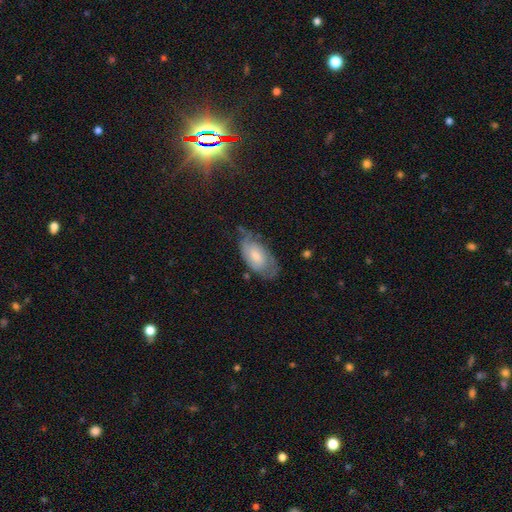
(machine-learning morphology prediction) featured or disk 47% (tied), smooth 47% (tied), star or artifact 7%. Down the decision tree: merging — none (54%).